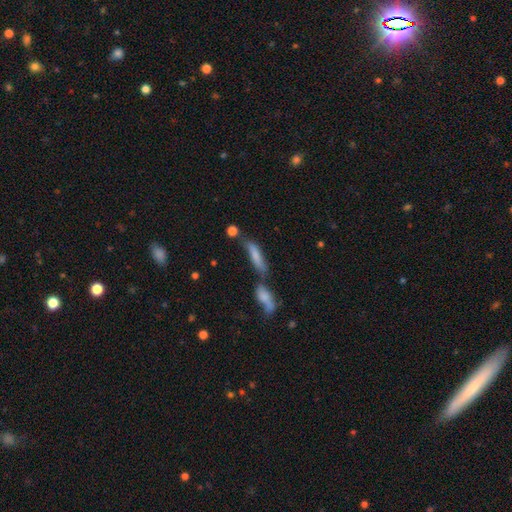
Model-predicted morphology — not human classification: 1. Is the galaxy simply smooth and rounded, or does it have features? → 71% smooth, 21% featured or disk, 9% star or artifact.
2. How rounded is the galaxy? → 71% cigar-shaped, 27% in between, 3% round.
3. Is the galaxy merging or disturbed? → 44% none, 33% merger, 15% minor disturbance, 7% major disturbance.